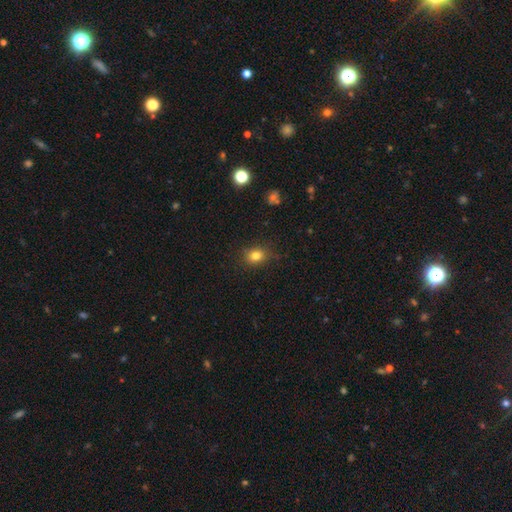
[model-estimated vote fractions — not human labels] smooth-or-featured: smooth: 80% | star or artifact: 13% | featured or disk: 7%
  how-rounded: round: 51% | in between: 48% | cigar-shaped: 1%
  merging: none: 82% | minor disturbance: 13% | major disturbance: 3% | merger: 1%